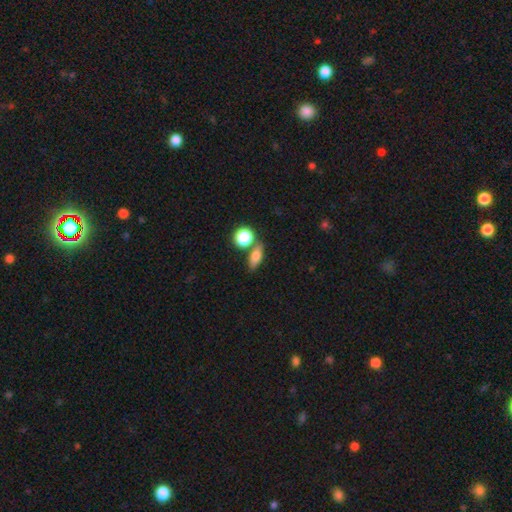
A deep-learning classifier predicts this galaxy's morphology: Overall: smooth (71%). How rounded: in between (54%; round 26%). Merging: none (64%).